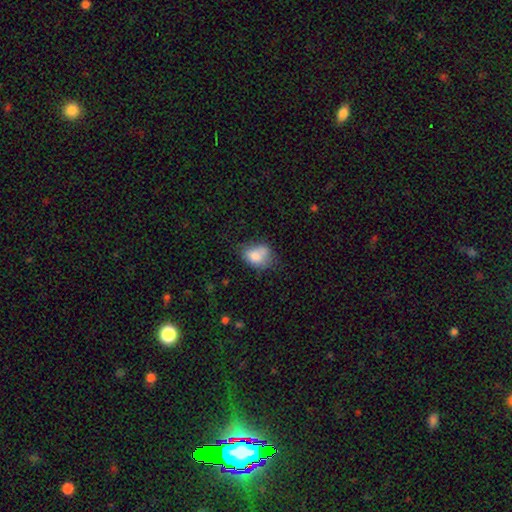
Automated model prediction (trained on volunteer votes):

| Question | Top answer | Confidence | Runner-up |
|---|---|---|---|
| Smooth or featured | smooth | 76% | featured or disk (14%) |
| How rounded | in between | 72% | round (27%) |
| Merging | none | 38% | minor disturbance (28%) |